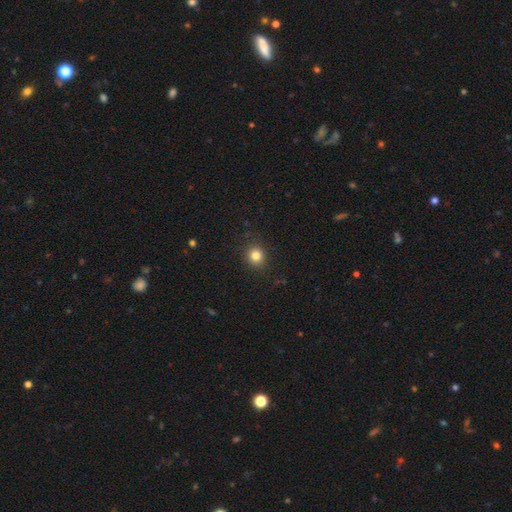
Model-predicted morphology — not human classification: Smooth or featured? smooth (82%)
How rounded? round (85%)
Merging? none (88%)